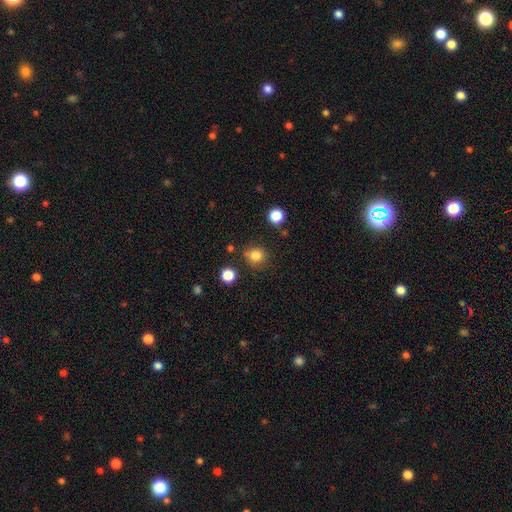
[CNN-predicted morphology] This is clearly a smooth galaxy (81%). How rounded: clearly round (86%). Merging: likely none (77%).